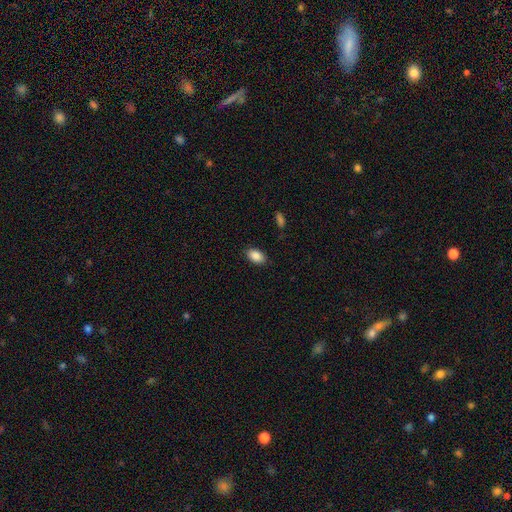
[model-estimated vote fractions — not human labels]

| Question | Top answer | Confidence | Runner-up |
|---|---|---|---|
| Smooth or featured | smooth | 88% | star or artifact (7%) |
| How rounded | in between | 92% | round (6%) |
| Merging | none | 87% | minor disturbance (9%) |